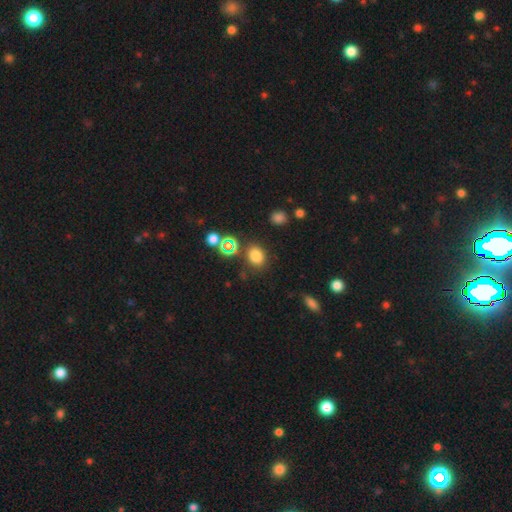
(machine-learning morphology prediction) smooth-or-featured: smooth: 75% | star or artifact: 19% | featured or disk: 6%
  how-rounded: round: 56% | in between: 43% | cigar-shaped: 1%
  merging: none: 79% | minor disturbance: 11% | merger: 6% | major disturbance: 4%